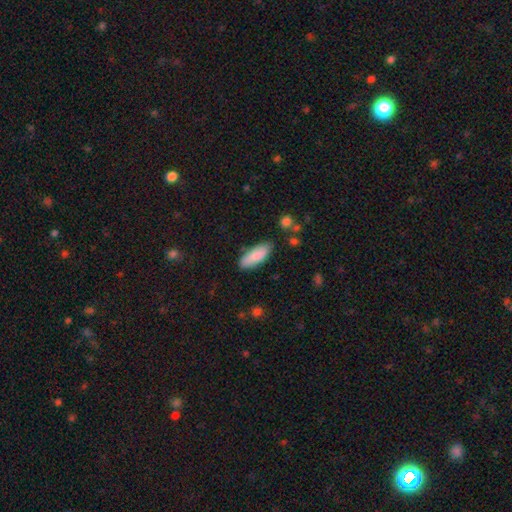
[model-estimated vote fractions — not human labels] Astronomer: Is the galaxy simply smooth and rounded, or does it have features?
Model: smooth — 87%.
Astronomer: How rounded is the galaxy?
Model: in between — 71%.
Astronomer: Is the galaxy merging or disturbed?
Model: none — 82%.